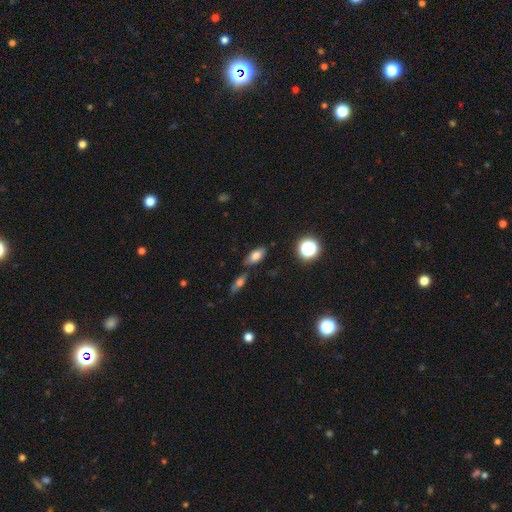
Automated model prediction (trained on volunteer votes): A smooth galaxy with no disk features (76%) that is in between round and cigar-shaped (87%).

Vote fractions:
- Smooth or featured? smooth: 76% / featured or disk: 12% / star or artifact: 12%
- How rounded? in between: 87% / round: 7% / cigar-shaped: 6%
- Merging? none: 73% / minor disturbance: 14% / merger: 10% / major disturbance: 3%